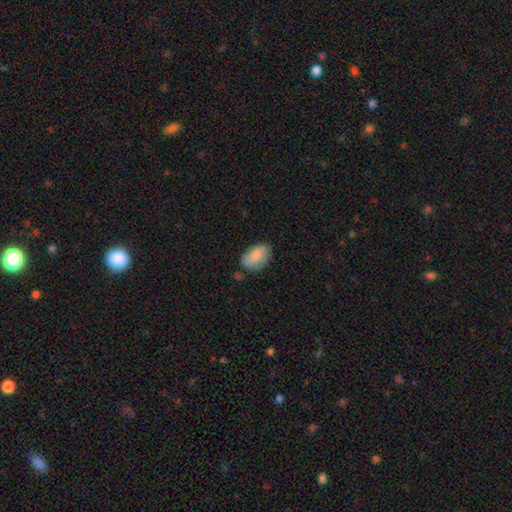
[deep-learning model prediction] The model was most divided on "merging": none: 64%, minor disturbance: 26%, major disturbance: 6%, merger: 4%. More confident: how rounded — in between (90%); smooth or featured — smooth (82%).